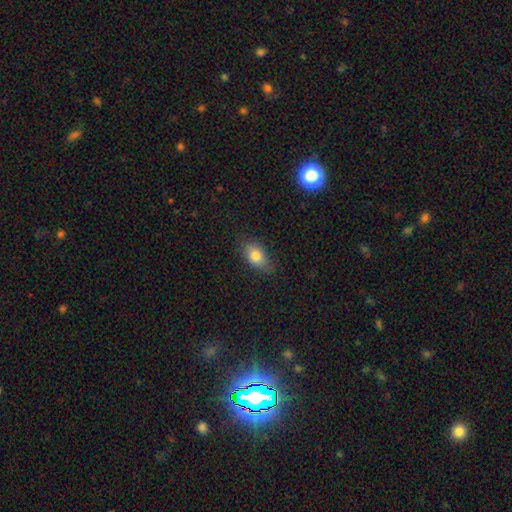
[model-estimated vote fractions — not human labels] Morphology: type=smooth (79%); roundness=in between (82%); merging=none (78%).